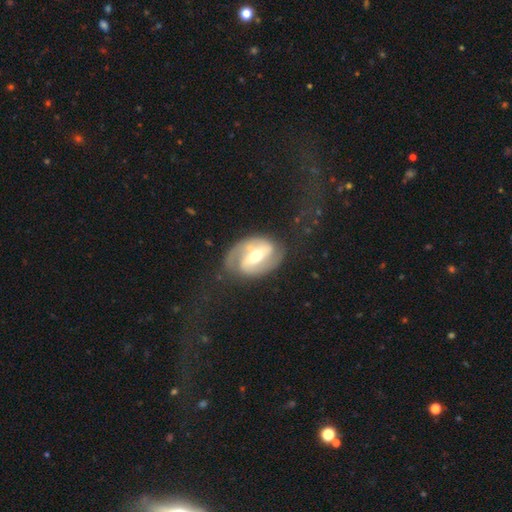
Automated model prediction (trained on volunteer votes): Q: Smooth or featured?
A: featured or disk (82%); runner-up: smooth (12%)
Q: Edge-on disk?
A: no (96%); runner-up: yes (4%)
Q: Bar?
A: strong (47%); runner-up: weak (34%)
Q: Spiral arms?
A: yes (92%); runner-up: no (8%)
Q: Spiral winding?
A: medium (46%); runner-up: tight (32%)
Q: Spiral arm count?
A: 2 (86%); runner-up: can't tell (6%)
Q: Bulge size?
A: moderate (63%); runner-up: small (29%)
Q: Merging?
A: none (70%); runner-up: minor disturbance (17%)